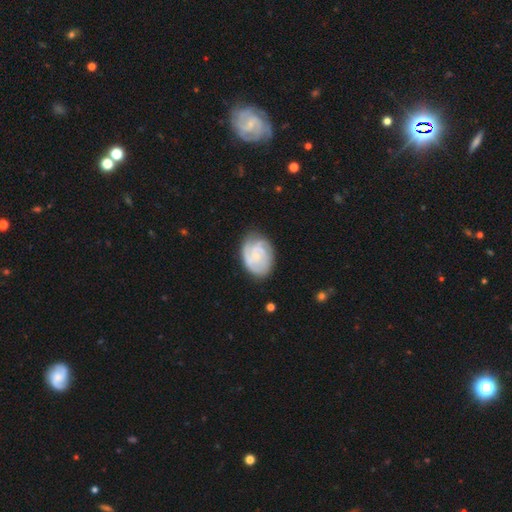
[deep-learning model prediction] Smooth or featured? Predicted: featured or disk (p=0.72). Edge-on disk? Predicted: no (p=0.98). Bar? Predicted: no (p=0.69). Spiral arms? Predicted: yes (p=0.93). Spiral winding? Predicted: tight (p=0.63). Spiral arm count? Predicted: can't tell (p=0.31). Bulge size? Predicted: small (p=0.64). Merging? Predicted: none (p=0.67).